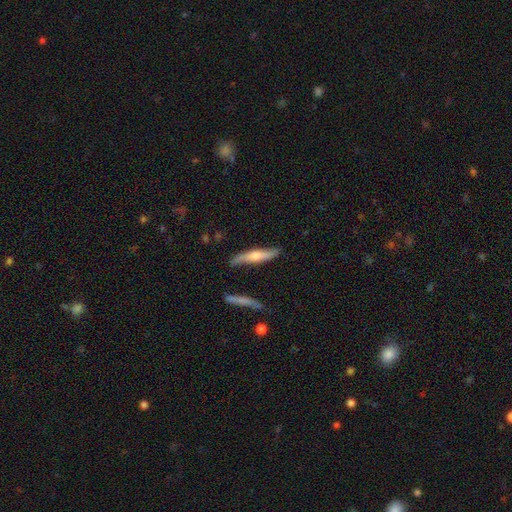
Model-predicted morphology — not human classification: A featured or disk galaxy (52%) viewed edge-on (83%). Merging: none (80%).